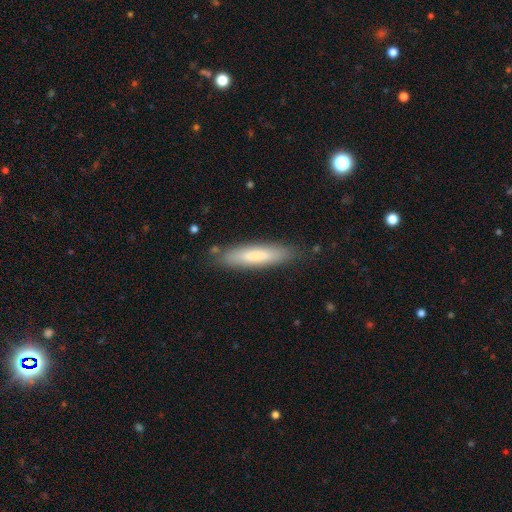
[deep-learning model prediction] Smooth or featured?
  - smooth: 75% *
  - featured or disk: 19%
  - star or artifact: 6%
How rounded?
  - cigar-shaped: 79% *
  - in between: 19%
  - round: 1%
Merging?
  - none: 84% *
  - minor disturbance: 12%
  - major disturbance: 3%
  - merger: 2%